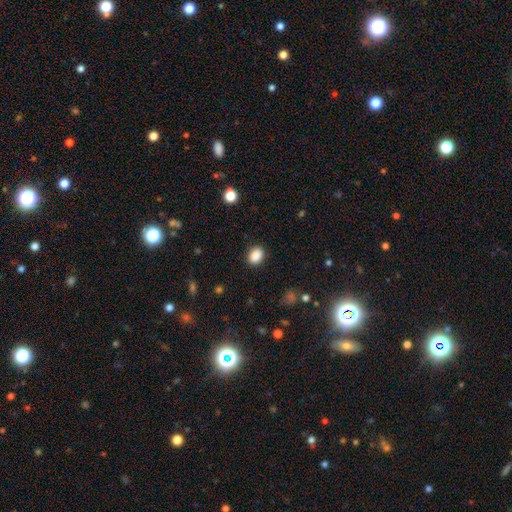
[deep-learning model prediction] Morphology: type=smooth (88%); roundness=in between (65%); merging=none (88%).